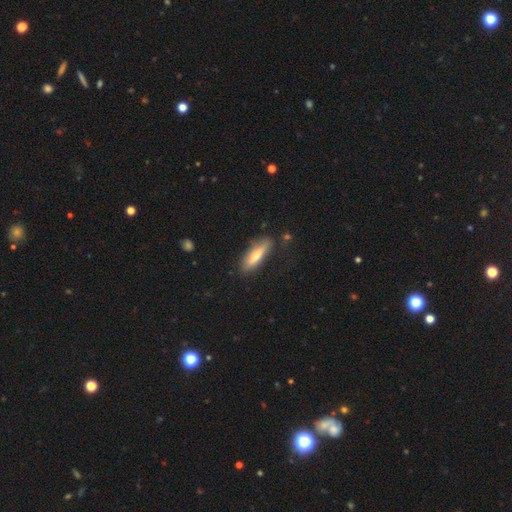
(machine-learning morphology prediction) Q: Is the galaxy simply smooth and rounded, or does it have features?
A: smooth — 62%.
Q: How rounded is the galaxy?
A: cigar-shaped — 66%.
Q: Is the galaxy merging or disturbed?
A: none — 77%.